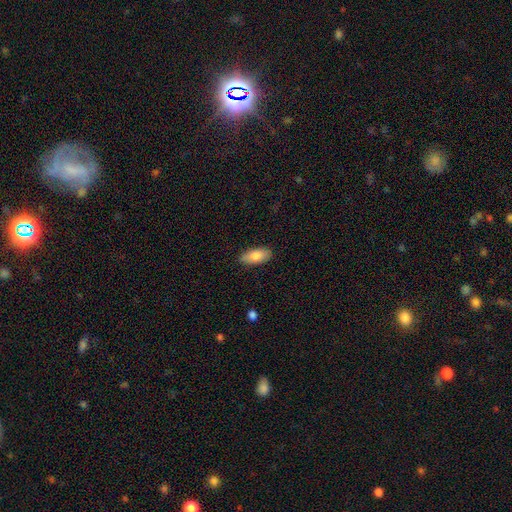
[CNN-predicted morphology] smooth_or_featured: smooth (p=0.83) [alt: featured or disk p=0.11]
how_rounded: in between (p=0.89) [alt: cigar-shaped p=0.09]
merging: none (p=0.88) [alt: minor disturbance p=0.09]